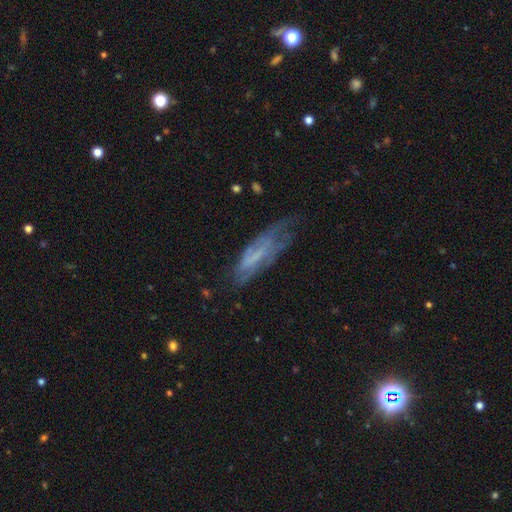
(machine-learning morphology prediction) This appears to be a featured or disk galaxy (54%). Merging: none (45%).